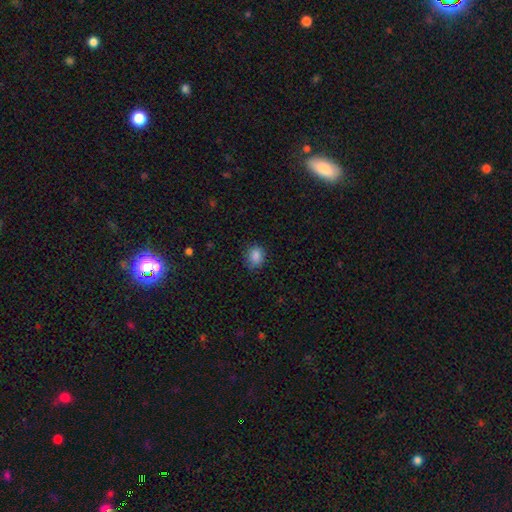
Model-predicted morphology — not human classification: smooth-or-featured: smooth: 86% | star or artifact: 9% | featured or disk: 5%
  how-rounded: round: 55% | in between: 44% | cigar-shaped: 1%
  merging: none: 78% | minor disturbance: 17% | major disturbance: 4% | merger: 1%